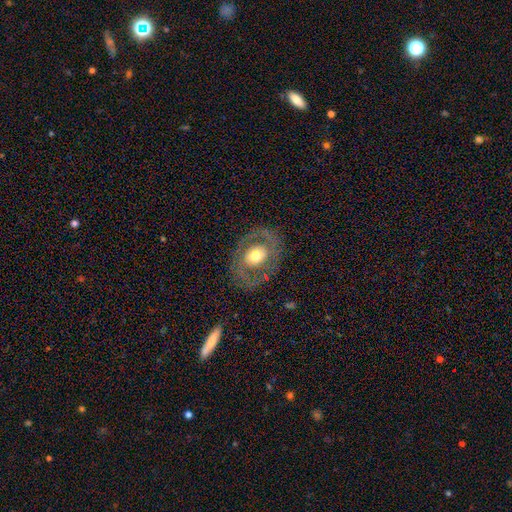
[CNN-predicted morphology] featured or disk 59%, smooth 34%, star or artifact 7%. Down the decision tree: edge-on disk — no (94%); bar — no (76%); spiral arms — no (61%); bulge size — moderate (60%); merging — none (78%).